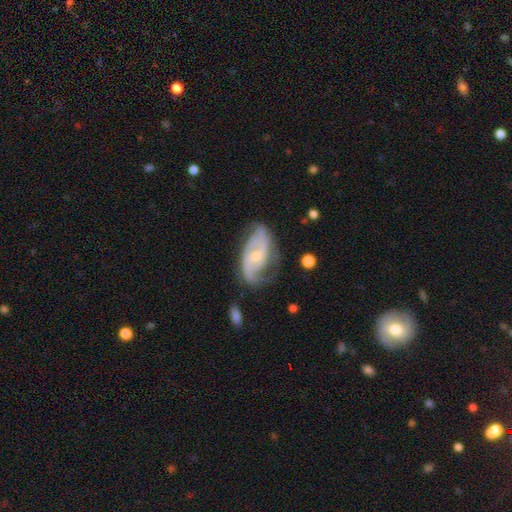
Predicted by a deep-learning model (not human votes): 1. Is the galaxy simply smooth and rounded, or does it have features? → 82% featured or disk, 13% smooth, 6% star or artifact.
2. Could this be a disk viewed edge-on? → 95% no, 5% yes.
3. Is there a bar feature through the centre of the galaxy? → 51% no, 37% weak, 12% strong.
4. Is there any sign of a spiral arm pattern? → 93% yes, 7% no.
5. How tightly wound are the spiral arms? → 44% medium, 29% loose, 27% tight.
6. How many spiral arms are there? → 69% 2, 15% can't tell, 7% 3, 5% 1, 2% 4, 2% more than 4.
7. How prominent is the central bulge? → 59% small, 37% moderate, 2% none, 1% large, 1% dominant.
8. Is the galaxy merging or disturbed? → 57% none, 27% minor disturbance, 14% major disturbance, 2% merger.